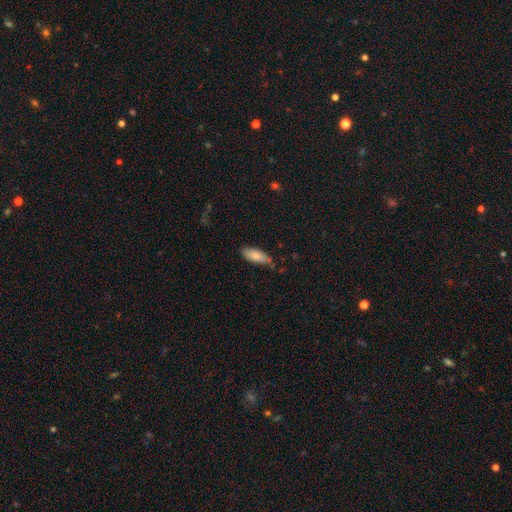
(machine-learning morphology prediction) Smooth or featured?
  - smooth: 82% *
  - featured or disk: 12%
  - star or artifact: 6%
How rounded?
  - in between: 76% *
  - cigar-shaped: 23%
  - round: 2%
Merging?
  - none: 73% *
  - minor disturbance: 21%
  - major disturbance: 3%
  - merger: 3%